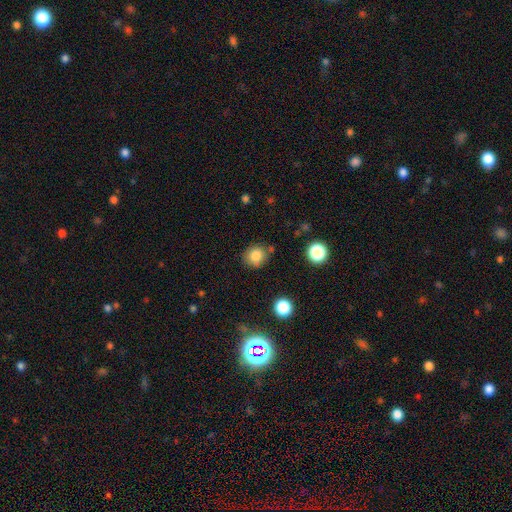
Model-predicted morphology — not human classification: Smooth or featured: smooth — 82% (star or artifact — 11%)
How rounded: round — 82% (in between — 18%)
Merging: none — 77% (minor disturbance — 14%)